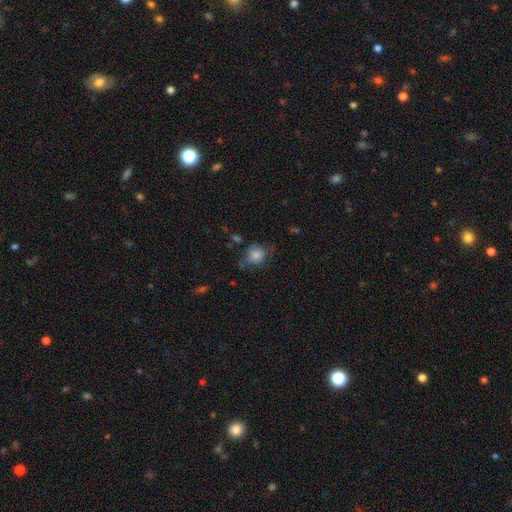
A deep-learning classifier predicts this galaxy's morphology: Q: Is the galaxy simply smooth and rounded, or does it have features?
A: smooth — 82%.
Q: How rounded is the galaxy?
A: round — 80%.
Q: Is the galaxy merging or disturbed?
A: none — 64%.